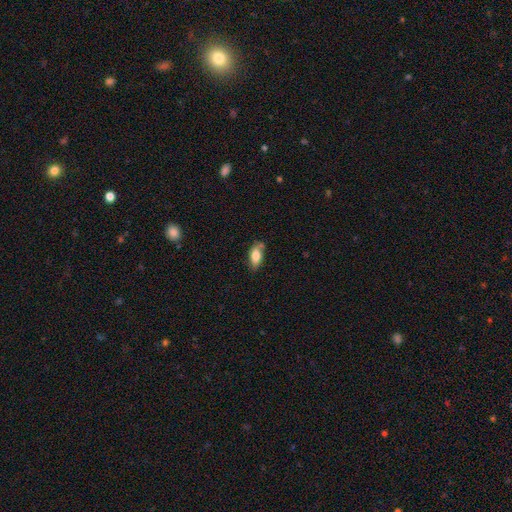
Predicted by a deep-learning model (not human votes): The model was most divided on "merging": none: 64%, minor disturbance: 24%, merger: 6%, major disturbance: 5%. More confident: how rounded — in between (87%); smooth or featured — smooth (78%).